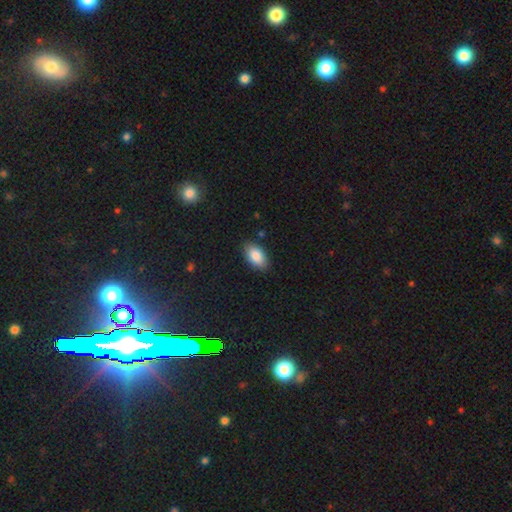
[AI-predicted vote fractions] Overall: smooth (86%). How rounded: in between (93%). Merging: none (85%).